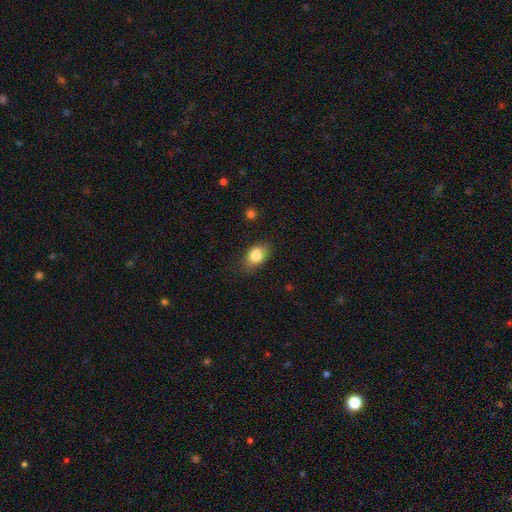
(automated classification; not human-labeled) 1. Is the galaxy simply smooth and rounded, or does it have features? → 82% smooth, 10% featured or disk, 7% star or artifact.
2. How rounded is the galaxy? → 84% in between, 14% round, 2% cigar-shaped.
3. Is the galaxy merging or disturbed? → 74% none, 20% minor disturbance, 5% major disturbance, 2% merger.